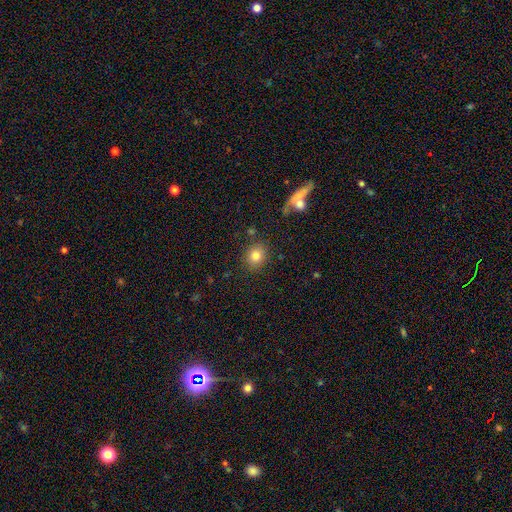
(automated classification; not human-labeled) smooth_or_featured: smooth (p=0.81) [alt: star or artifact p=0.11]
how_rounded: round (p=0.71) [alt: in between p=0.28]
merging: none (p=0.85) [alt: minor disturbance p=0.09]